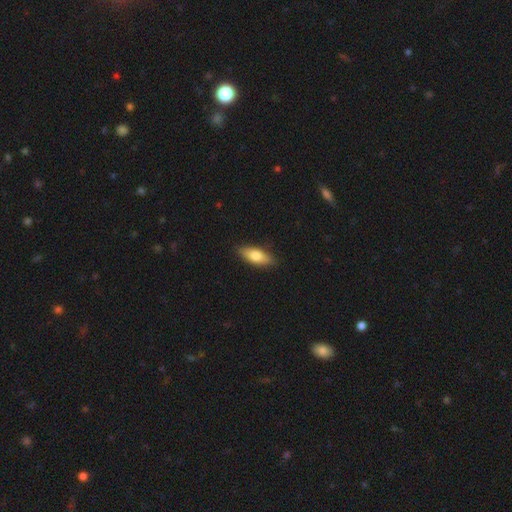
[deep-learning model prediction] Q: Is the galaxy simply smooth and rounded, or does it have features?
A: smooth — 75%.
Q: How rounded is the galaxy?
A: in between — 68%.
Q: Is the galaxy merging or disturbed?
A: none — 87%.